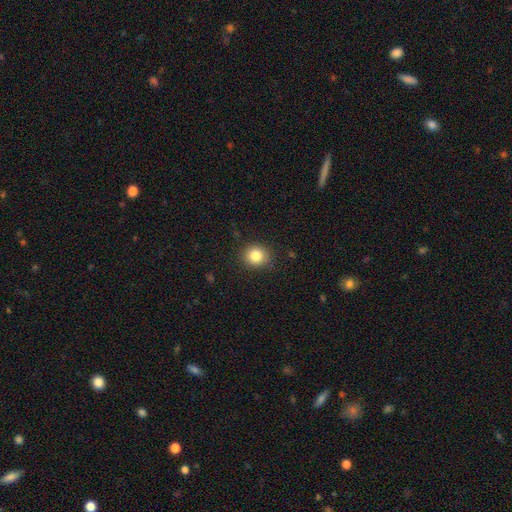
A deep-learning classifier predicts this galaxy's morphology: Smooth or featured? smooth (84%)
How rounded? round (83%)
Merging? none (87%)